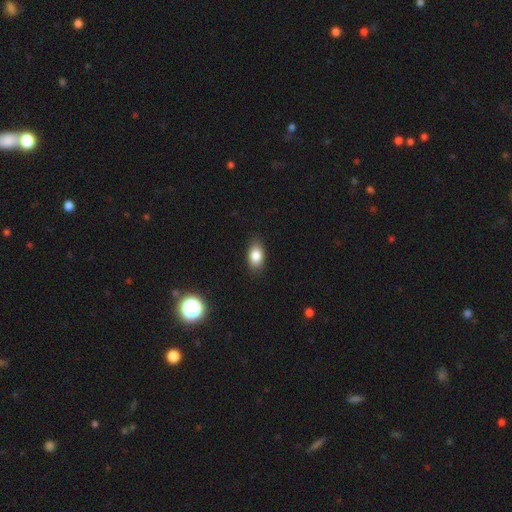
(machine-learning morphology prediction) Smooth or featured?
  - smooth: 84% *
  - star or artifact: 9%
  - featured or disk: 7%
How rounded?
  - in between: 87% *
  - round: 11%
  - cigar-shaped: 2%
Merging?
  - none: 87% *
  - minor disturbance: 10%
  - major disturbance: 2%
  - merger: 1%